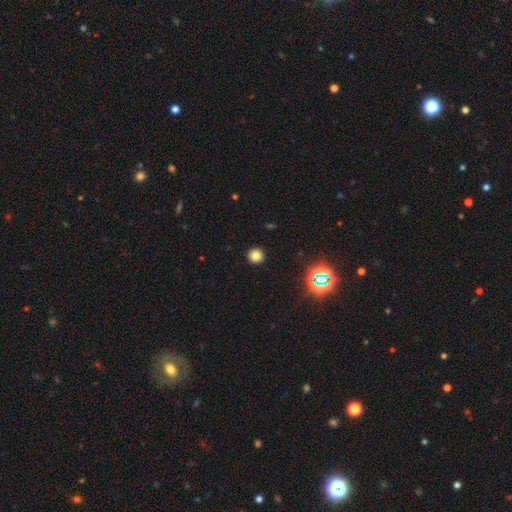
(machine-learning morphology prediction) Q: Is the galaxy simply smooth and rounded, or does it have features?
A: smooth — 79%.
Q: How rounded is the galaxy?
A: round — 95%.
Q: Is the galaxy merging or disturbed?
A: none — 93%.